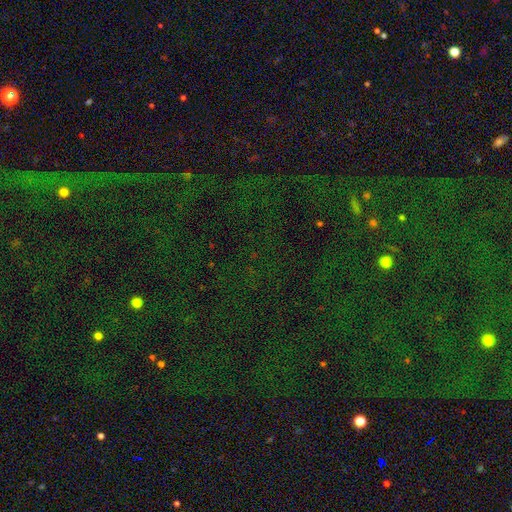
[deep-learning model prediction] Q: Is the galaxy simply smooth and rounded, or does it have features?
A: star or artifact — 81%.